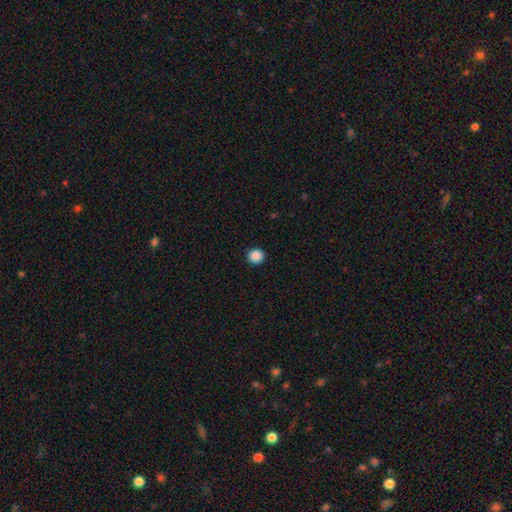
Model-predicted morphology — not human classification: Q: Smooth or featured?
A: smooth (88%); runner-up: star or artifact (9%)
Q: How rounded?
A: round (93%); runner-up: in between (6%)
Q: Merging?
A: none (93%); runner-up: minor disturbance (5%)